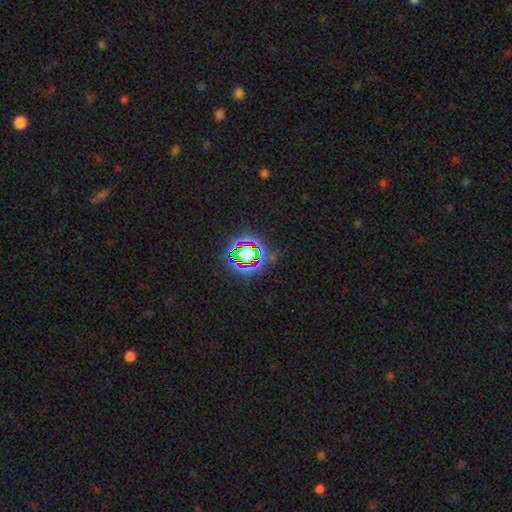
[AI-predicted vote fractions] The model was most divided on "smooth or featured": star or artifact: 77%, smooth: 13%, featured or disk: 9%.